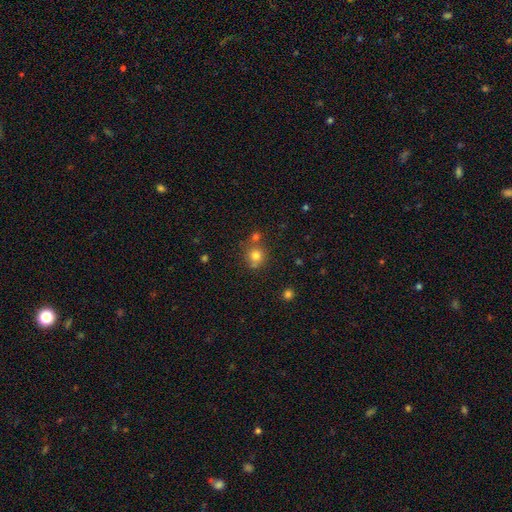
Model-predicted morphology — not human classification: This appears to be a smooth galaxy with no disk features (78%) that is round (88%). Merging: none (65%).